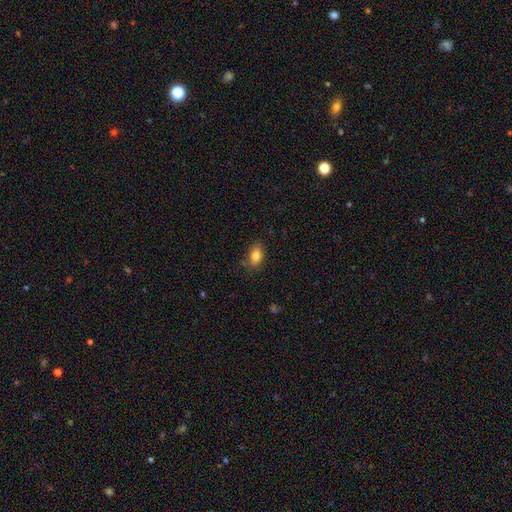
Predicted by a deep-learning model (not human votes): smooth 83%, star or artifact 9%, featured or disk 8%. Down the decision tree: how rounded — in between (87%); merging — none (80%).